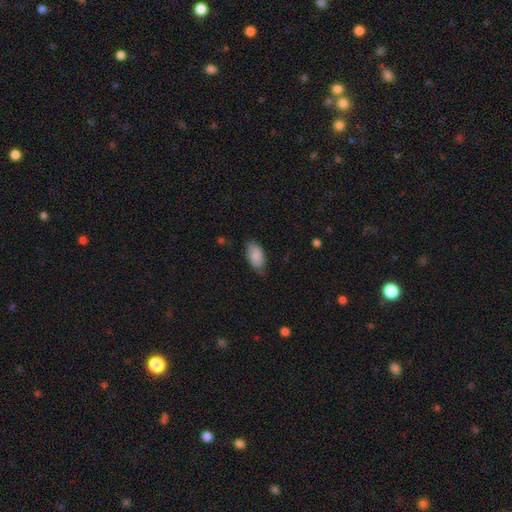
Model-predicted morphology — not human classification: Smooth or featured: smooth — 87% (featured or disk — 7%)
How rounded: in between — 94% (cigar-shaped — 4%)
Merging: none — 73% (minor disturbance — 22%)